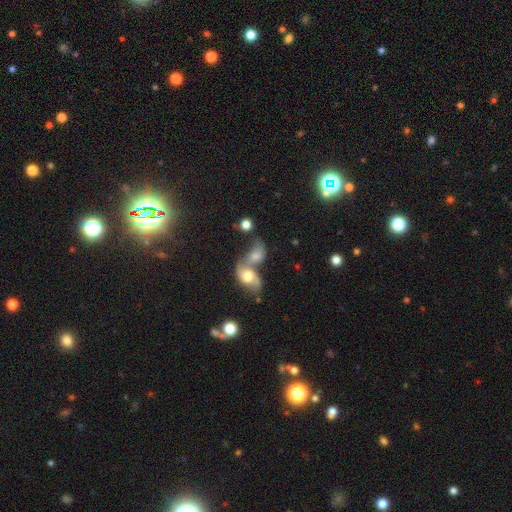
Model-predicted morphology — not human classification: A smooth galaxy with no disk features (55%) that is in between round and cigar-shaped (73%).

Vote fractions:
- Smooth or featured? smooth: 55% / featured or disk: 33% / star or artifact: 12%
- How rounded? in between: 73% / round: 24% / cigar-shaped: 3%
- Merging? merger: 73% / none: 14% / major disturbance: 7% / minor disturbance: 6%